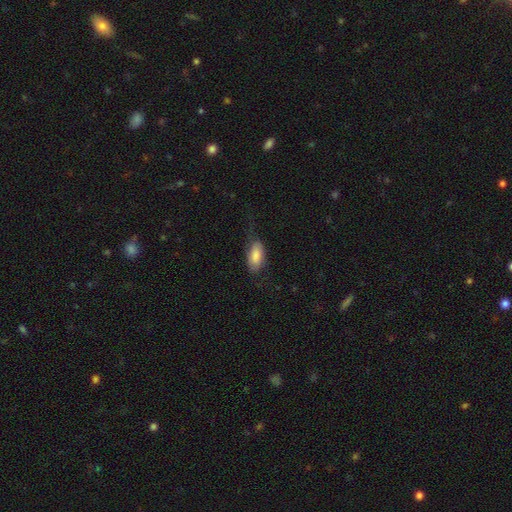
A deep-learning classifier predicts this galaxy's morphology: Overall: smooth (78%). How rounded: in between (91%). Merging: none (50%; minor disturbance 28%).